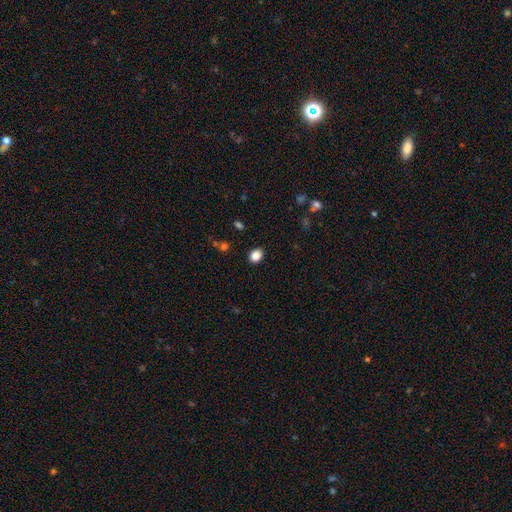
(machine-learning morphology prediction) Smooth or featured: smooth — 86% (star or artifact — 10%)
How rounded: in between — 53% (round — 46%)
Merging: none — 89% (minor disturbance — 7%)